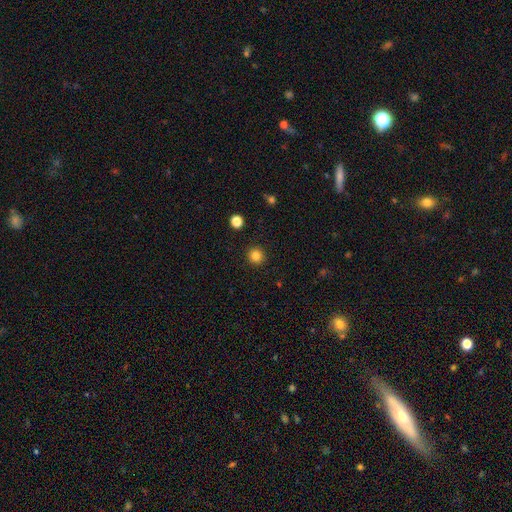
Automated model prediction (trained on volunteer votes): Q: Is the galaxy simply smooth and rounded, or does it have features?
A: smooth — 84%.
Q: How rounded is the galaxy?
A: round — 94%.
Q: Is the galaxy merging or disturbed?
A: none — 93%.